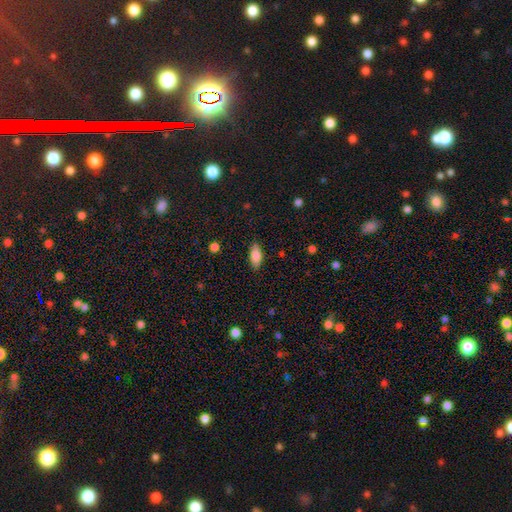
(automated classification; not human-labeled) A smooth galaxy with no disk features (83%) that is in between round and cigar-shaped (86%). Merging: none (86%).